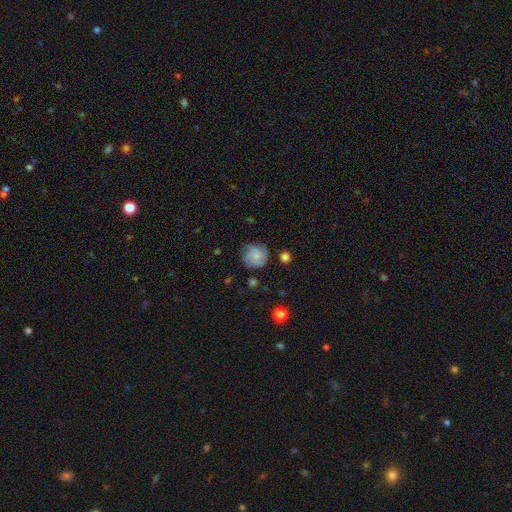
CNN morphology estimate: smooth_or_featured: featured or disk (p=0.48) [alt: smooth p=0.44]
merging: none (p=0.72) [alt: minor disturbance p=0.20]